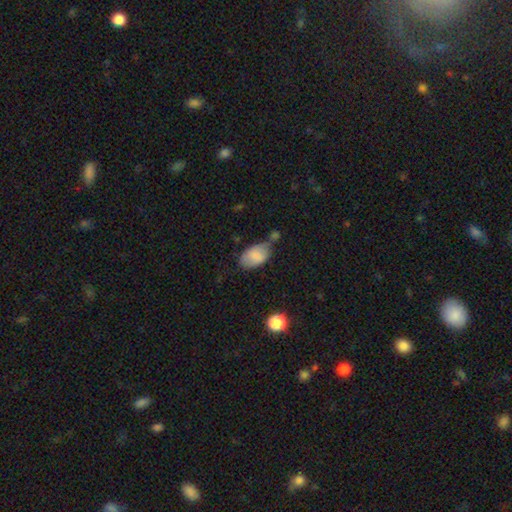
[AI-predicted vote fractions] This appears to be a smooth galaxy with no disk features (81%) that is in between round and cigar-shaped (92%). Merging: none (43%).